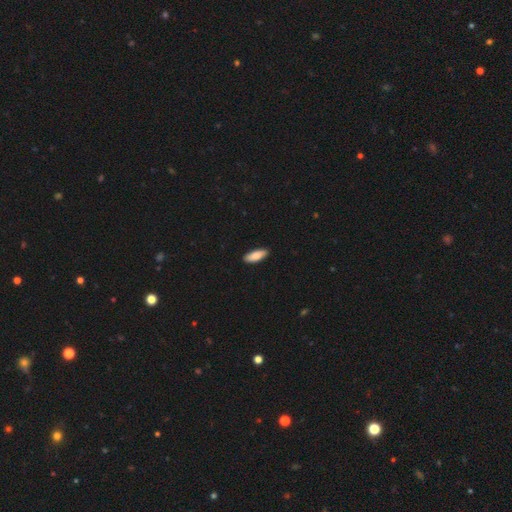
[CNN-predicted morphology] A smooth galaxy with no disk features (86%) that is in between round and cigar-shaped (71%).

Vote fractions:
- Smooth or featured? smooth: 86% / featured or disk: 8% / star or artifact: 5%
- How rounded? in between: 71% / cigar-shaped: 27% / round: 2%
- Merging? none: 89% / minor disturbance: 9% / major disturbance: 1% / merger: 1%